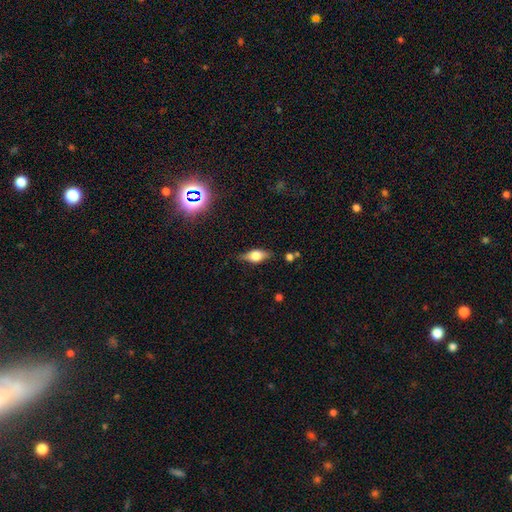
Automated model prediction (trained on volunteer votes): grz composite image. It shows a smooth galaxy with no disk features (48%). Merging: none (80%).